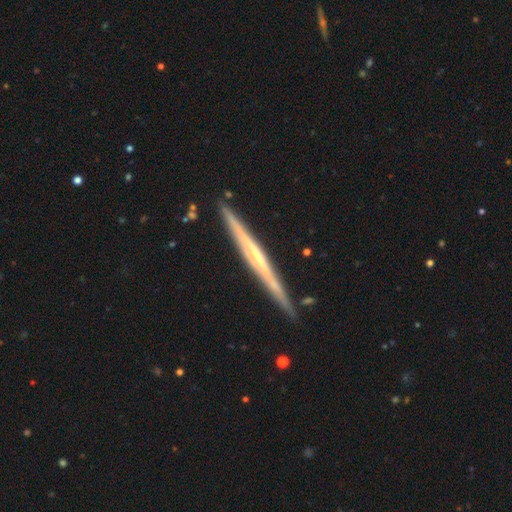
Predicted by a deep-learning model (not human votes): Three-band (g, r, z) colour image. It shows a featured or disk galaxy (71%) viewed edge-on (98%) with no central bulge (77%). Merging: none (89%).